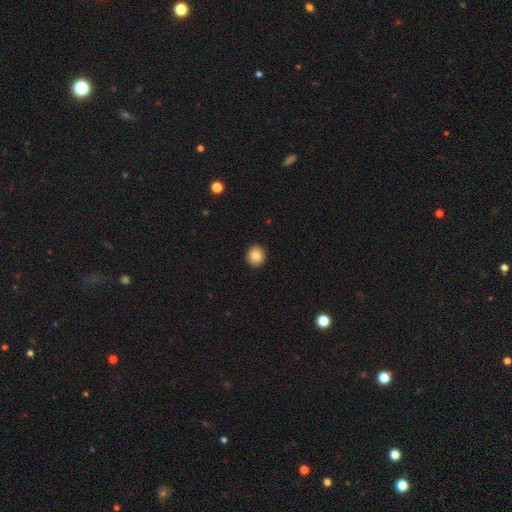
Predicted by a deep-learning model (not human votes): Smooth or featured: smooth — 85% (star or artifact — 9%)
How rounded: round — 86% (in between — 13%)
Merging: none — 92% (minor disturbance — 5%)